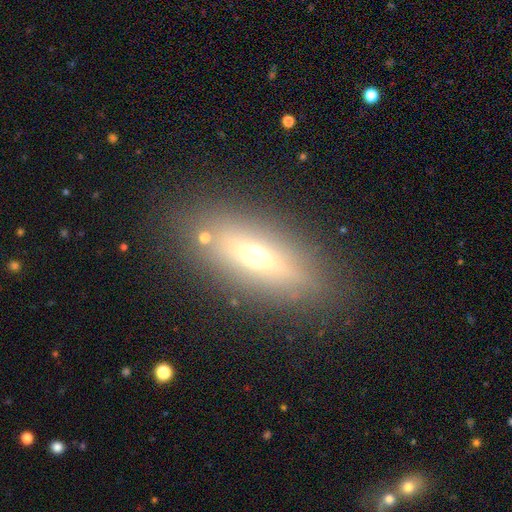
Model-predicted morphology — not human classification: A smooth galaxy with no disk features (47%).

Vote fractions:
- Smooth or featured? smooth: 47% / featured or disk: 39% / star or artifact: 14%
- Merging? none: 80% / minor disturbance: 11% / major disturbance: 5% / merger: 3%